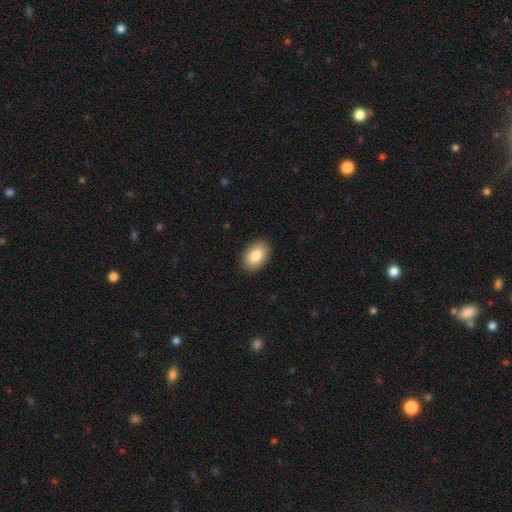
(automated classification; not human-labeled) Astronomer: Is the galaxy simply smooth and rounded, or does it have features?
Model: smooth — 85%.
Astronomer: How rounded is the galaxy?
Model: in between — 91%.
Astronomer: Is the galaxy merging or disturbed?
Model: none — 90%.